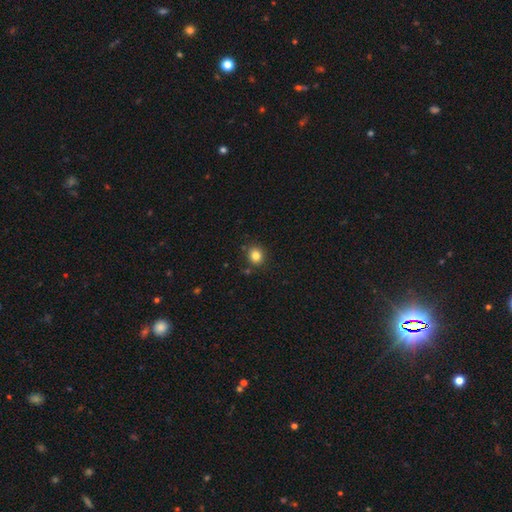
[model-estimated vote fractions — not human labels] smooth 83%, star or artifact 12%, featured or disk 5%. Down the decision tree: how rounded — round (85%); merging — none (85%).